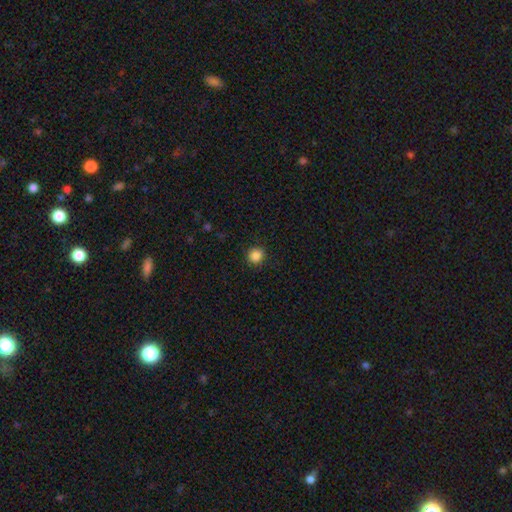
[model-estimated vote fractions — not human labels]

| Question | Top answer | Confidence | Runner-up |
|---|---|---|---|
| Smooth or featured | smooth | 86% | star or artifact (11%) |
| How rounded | round | 93% | in between (6%) |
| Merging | none | 91% | minor disturbance (6%) |